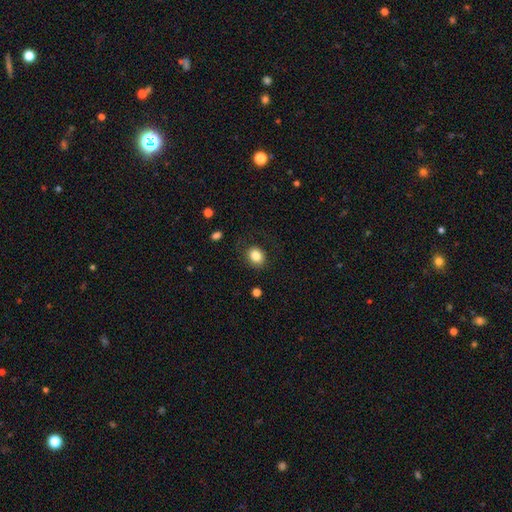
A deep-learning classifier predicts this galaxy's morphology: Smooth or featured? smooth (84%)
How rounded? round (60%)
Merging? none (79%)